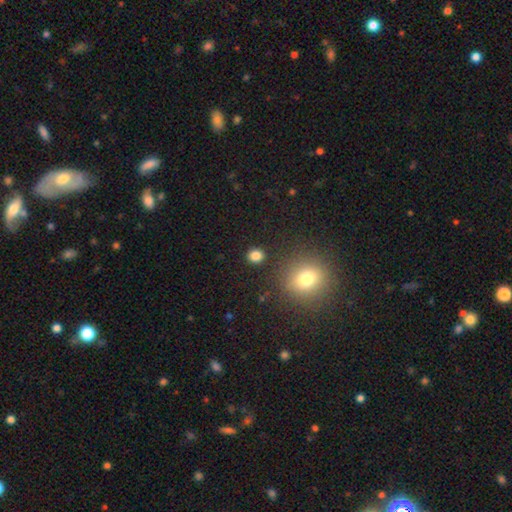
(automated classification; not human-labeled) Smooth or featured? smooth (82%)
How rounded? round (83%)
Merging? none (89%)